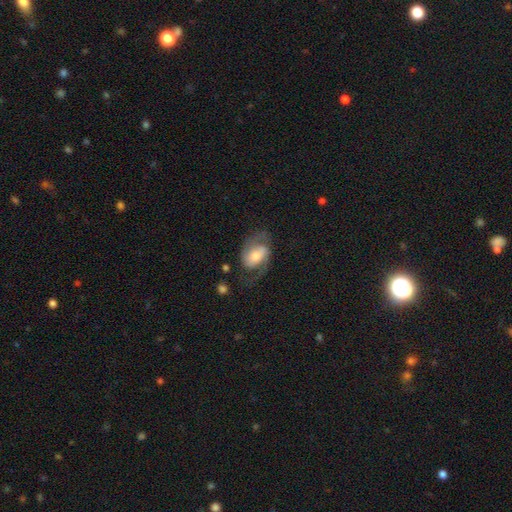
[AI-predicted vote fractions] Smooth or featured?
  - featured or disk: 76% *
  - smooth: 18%
  - star or artifact: 6%
Edge-on disk?
  - no: 97% *
  - yes: 3%
Bar?
  - weak: 40% *
  - no: 39%
  - strong: 21%
Spiral arms?
  - yes: 92% *
  - no: 8%
Spiral winding?
  - medium: 52% *
  - loose: 30%
  - tight: 18%
Spiral arm count?
  - 2: 89% *
  - can't tell: 4%
  - 1: 3%
  - 3: 1%
  - 4: 1%
  - more than 4: 1%
Bulge size?
  - moderate: 48% *
  - small: 25%
  - large: 20%
  - none: 4%
  - dominant: 3%
Merging?
  - none: 65% *
  - minor disturbance: 17%
  - major disturbance: 16%
  - merger: 2%